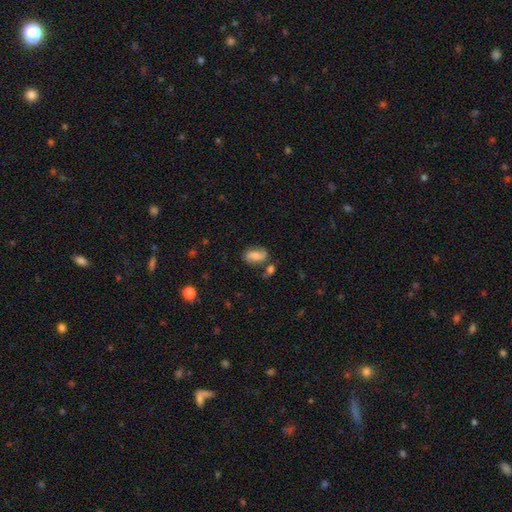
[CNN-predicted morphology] featured or disk 51%, smooth 40%, star or artifact 9%. Down the decision tree: edge-on disk — no (95%); merging — none (66%).